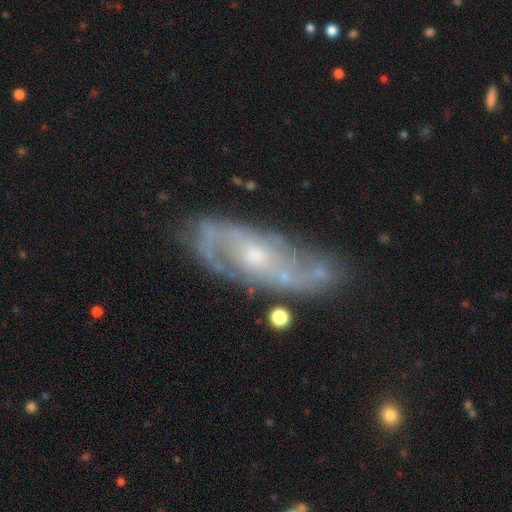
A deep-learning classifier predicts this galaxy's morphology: Q: Smooth or featured?
A: featured or disk (84%); runner-up: smooth (9%)
Q: Edge-on disk?
A: no (90%); runner-up: yes (10%)
Q: Bar?
A: no (60%); runner-up: weak (33%)
Q: Spiral arms?
A: yes (91%); runner-up: no (9%)
Q: Spiral winding?
A: medium (47%); runner-up: tight (33%)
Q: Spiral arm count?
A: 2 (68%); runner-up: can't tell (20%)
Q: Bulge size?
A: moderate (50%); runner-up: small (44%)
Q: Merging?
A: none (70%); runner-up: minor disturbance (18%)